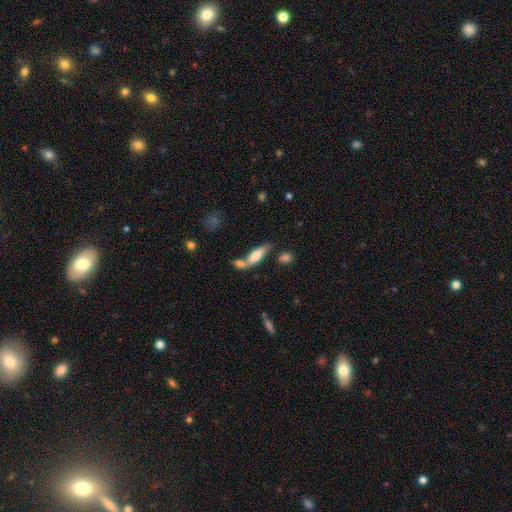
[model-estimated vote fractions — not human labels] A smooth galaxy with no disk features (71%) that is in between round and cigar-shaped (61%).

Vote fractions:
- Smooth or featured? smooth: 71% / featured or disk: 22% / star or artifact: 7%
- How rounded? in between: 61% / cigar-shaped: 36% / round: 3%
- Merging? merger: 42% / none: 38% / minor disturbance: 13% / major disturbance: 7%